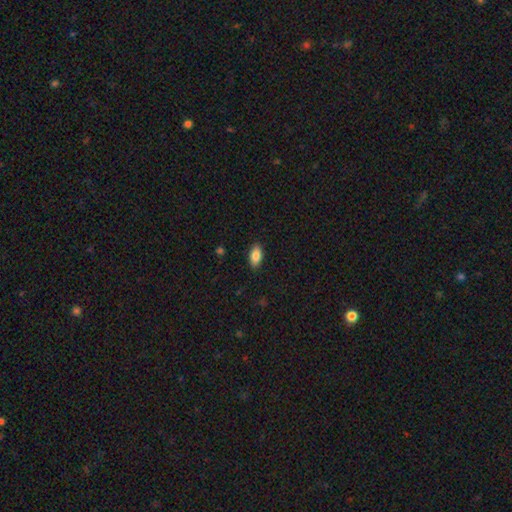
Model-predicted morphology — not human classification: This is clearly a smooth galaxy (85%). How rounded: clearly in between (91%). Merging: clearly none (88%).